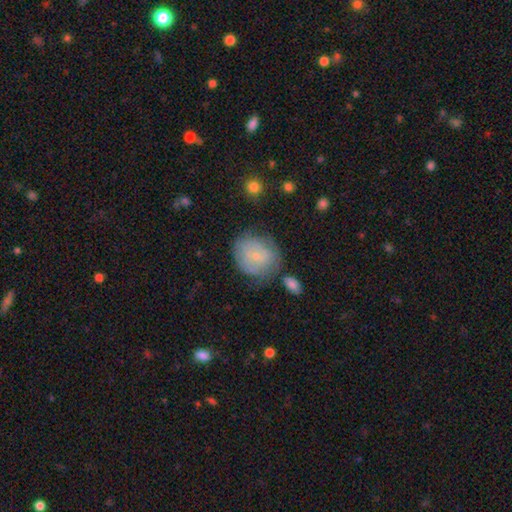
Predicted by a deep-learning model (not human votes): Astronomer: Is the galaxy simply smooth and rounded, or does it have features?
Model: smooth — 59%.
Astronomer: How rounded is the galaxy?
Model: round — 72%.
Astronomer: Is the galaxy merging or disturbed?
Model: none — 58%.